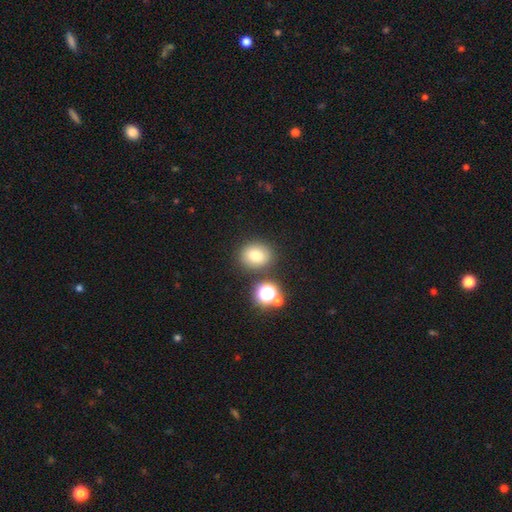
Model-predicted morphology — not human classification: smooth 77%, star or artifact 14%, featured or disk 9%. Down the decision tree: how rounded — round (60%); merging — none (80%).